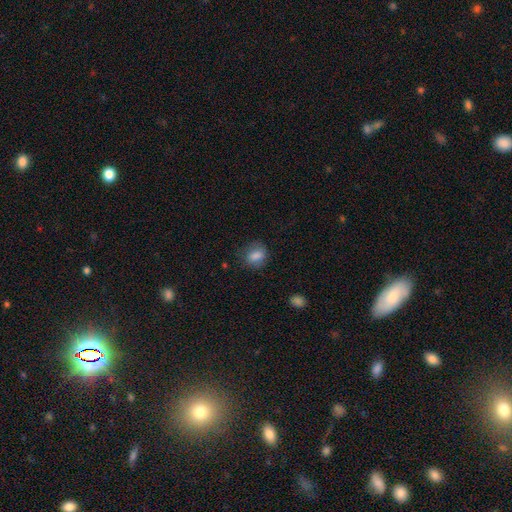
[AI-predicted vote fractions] This is clearly a smooth galaxy (82%). How rounded: possibly in between (53%). Merging: likely none (68%).